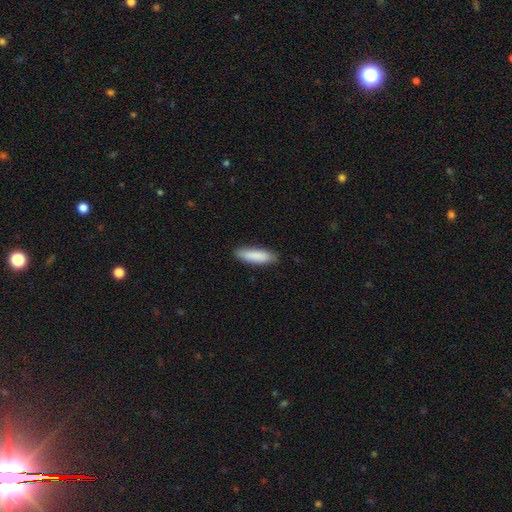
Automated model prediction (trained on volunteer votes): Smooth or featured? smooth (88%)
How rounded? cigar-shaped (55%)
Merging? none (86%)